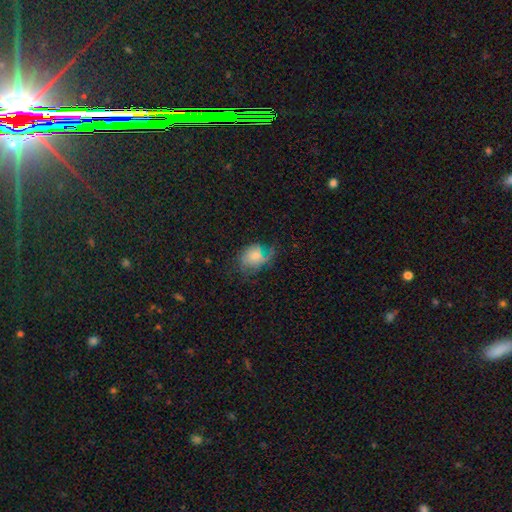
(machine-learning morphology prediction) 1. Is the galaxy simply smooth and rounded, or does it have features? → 49% smooth, 40% featured or disk, 11% star or artifact.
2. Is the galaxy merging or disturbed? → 44% none, 28% minor disturbance, 26% major disturbance, 2% merger.